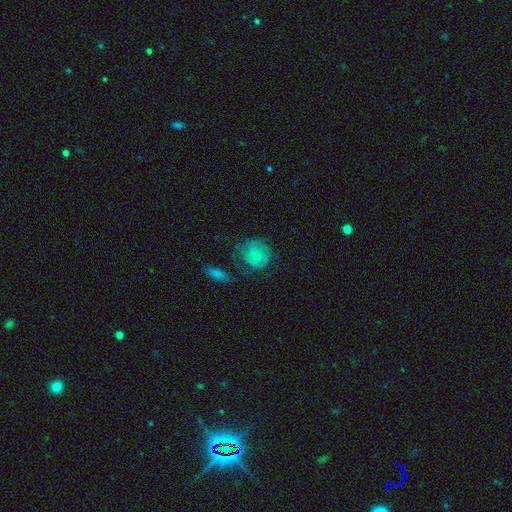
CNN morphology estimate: smooth 62%, featured or disk 29%, star or artifact 9%. Down the decision tree: how rounded — round (76%); merging — none (54%).